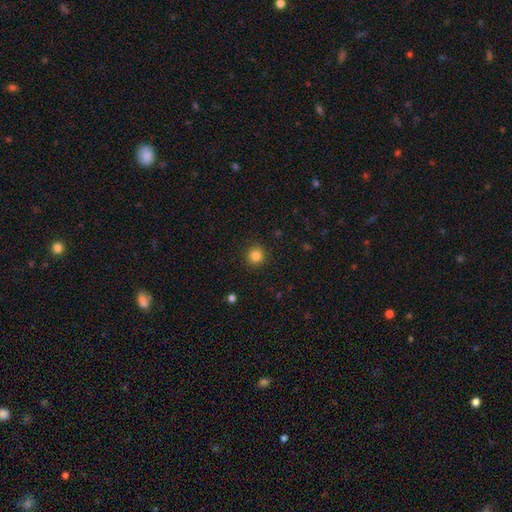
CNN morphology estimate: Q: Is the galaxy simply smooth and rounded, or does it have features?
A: smooth — 84%.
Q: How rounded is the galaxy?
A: round — 94%.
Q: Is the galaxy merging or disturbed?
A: none — 91%.